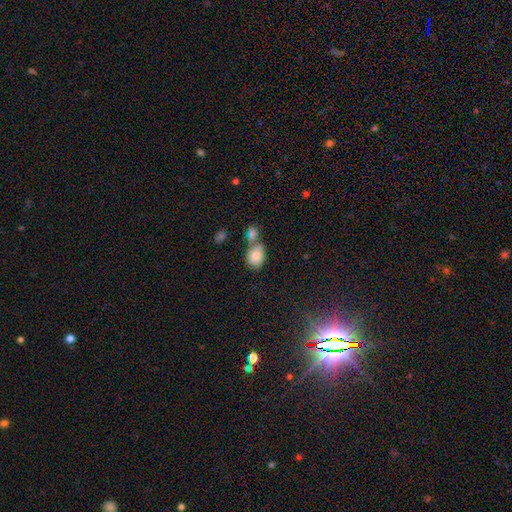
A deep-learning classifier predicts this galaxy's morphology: smooth_or_featured: smooth (p=0.81) [alt: featured or disk p=0.11]
how_rounded: in between (p=0.64) [alt: round p=0.35]
merging: merger (p=0.40) [alt: none p=0.38]